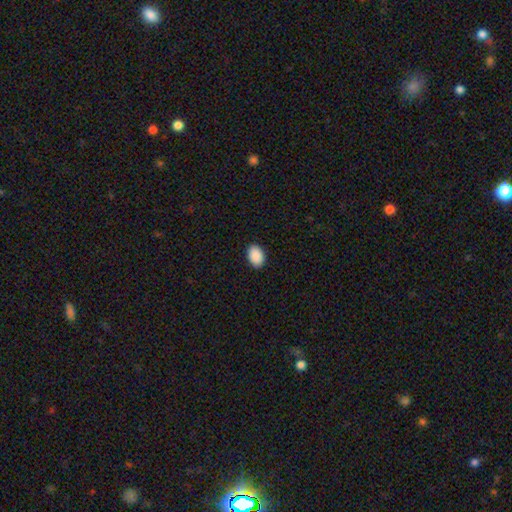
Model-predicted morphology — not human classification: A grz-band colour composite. It shows a smooth galaxy with no disk features (91%) that is in between round and cigar-shaped (87%). Merging: none (91%).